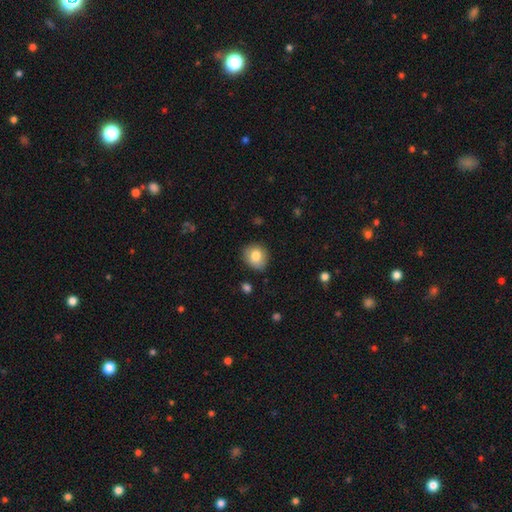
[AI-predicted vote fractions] Q: Smooth or featured?
A: smooth (82%); runner-up: featured or disk (10%)
Q: How rounded?
A: round (75%); runner-up: in between (24%)
Q: Merging?
A: none (84%); runner-up: minor disturbance (12%)